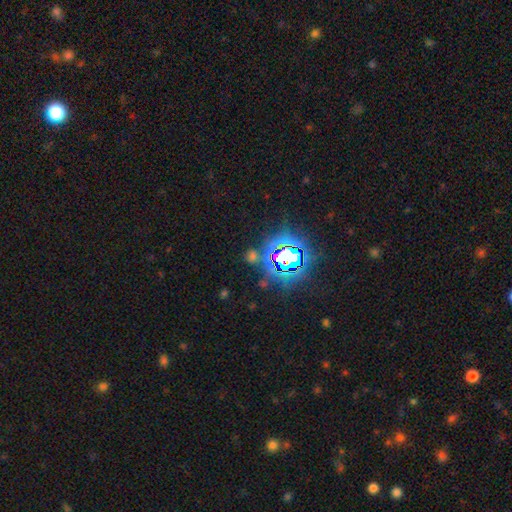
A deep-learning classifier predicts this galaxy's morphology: This appears to be a star or artifact, not a galaxy (76%).